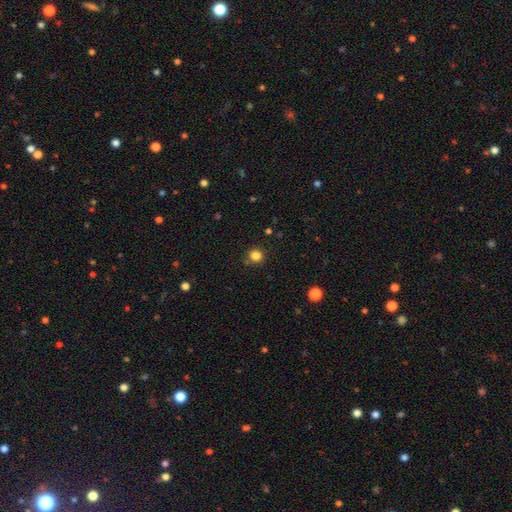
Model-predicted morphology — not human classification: Overall: smooth (83%). How rounded: round (87%). Merging: none (85%).